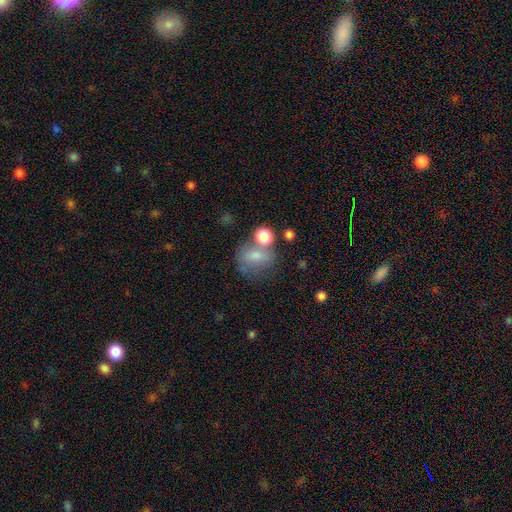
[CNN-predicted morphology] smooth 71%, featured or disk 17%, star or artifact 12%. Down the decision tree: how rounded — round (55%); merging — none (41%).